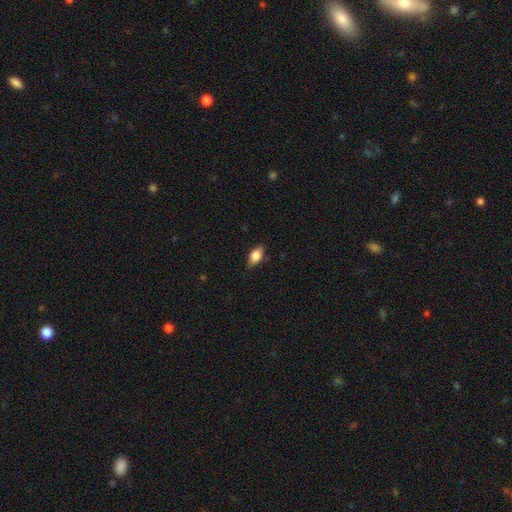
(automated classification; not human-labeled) Smooth or featured: smooth — 78% (featured or disk — 14%)
How rounded: in between — 86% (round — 8%)
Merging: none — 81% (minor disturbance — 15%)